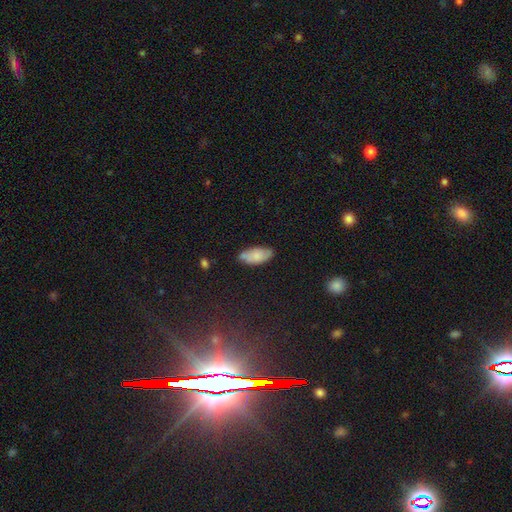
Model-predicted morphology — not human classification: A smooth galaxy with no disk features (76%) that is in between round and cigar-shaped (89%).

Vote fractions:
- Smooth or featured? smooth: 76% / featured or disk: 16% / star or artifact: 7%
- How rounded? in between: 89% / cigar-shaped: 9% / round: 2%
- Merging? none: 70% / minor disturbance: 22% / merger: 4% / major disturbance: 4%